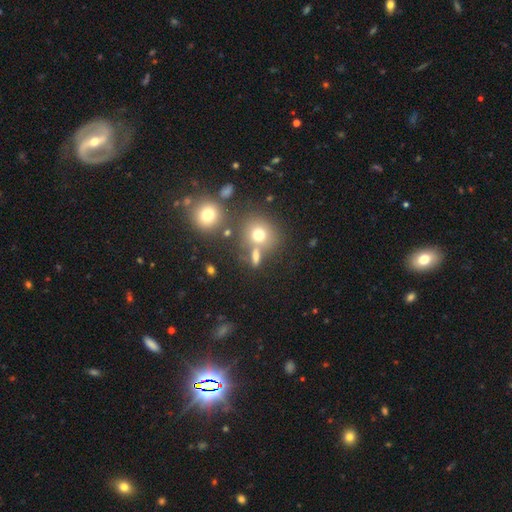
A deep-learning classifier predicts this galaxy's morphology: The model was most divided on "how rounded": round: 55%, in between: 39%, cigar-shaped: 7%. More confident: smooth or featured — smooth (68%); merging — none (60%).